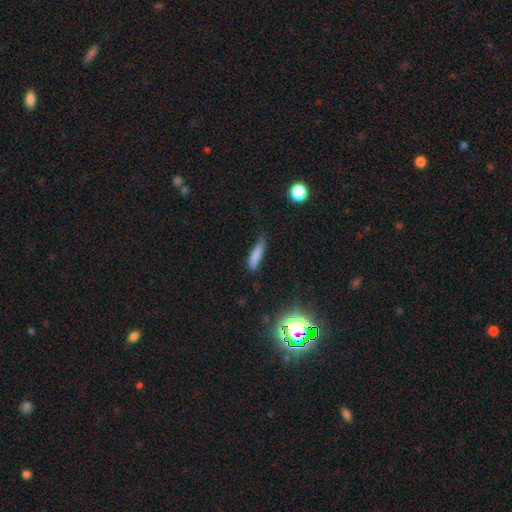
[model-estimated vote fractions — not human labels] Overall: smooth (80%). How rounded: cigar-shaped (75%). Merging: none (61%; minor disturbance 30%).